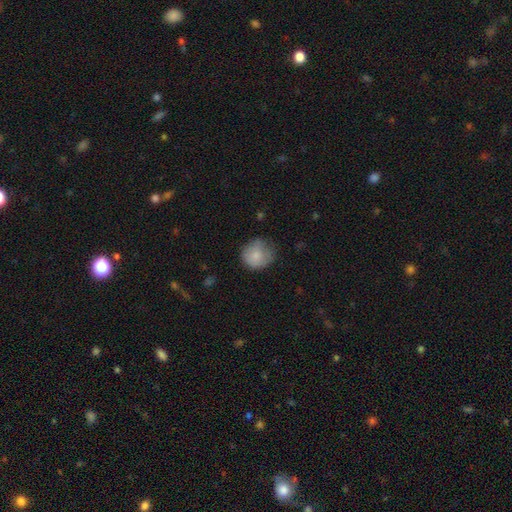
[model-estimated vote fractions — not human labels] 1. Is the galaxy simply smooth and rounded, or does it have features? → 80% smooth, 12% featured or disk, 8% star or artifact.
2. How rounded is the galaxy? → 85% round, 14% in between, 1% cigar-shaped.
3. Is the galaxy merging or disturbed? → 57% none, 31% minor disturbance, 11% major disturbance, 2% merger.